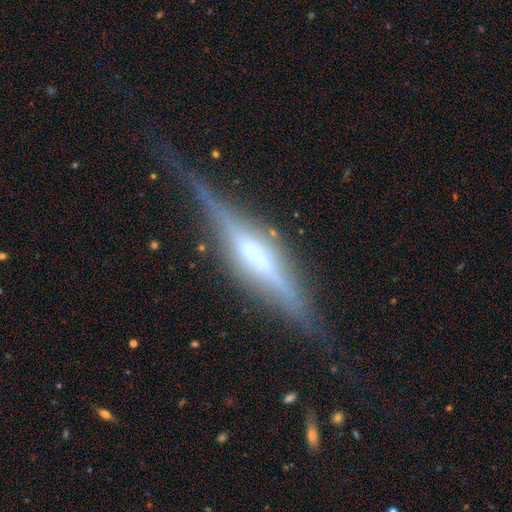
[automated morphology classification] Smooth or featured?
  - featured or disk: 82% *
  - smooth: 12%
  - star or artifact: 6%
Edge-on disk?
  - yes: 96% *
  - no: 4%
Edge-on bulge?
  - rounded: 56% *
  - boxy: 29%
  - none: 14%
Merging?
  - none: 78% *
  - minor disturbance: 15%
  - major disturbance: 5%
  - merger: 2%